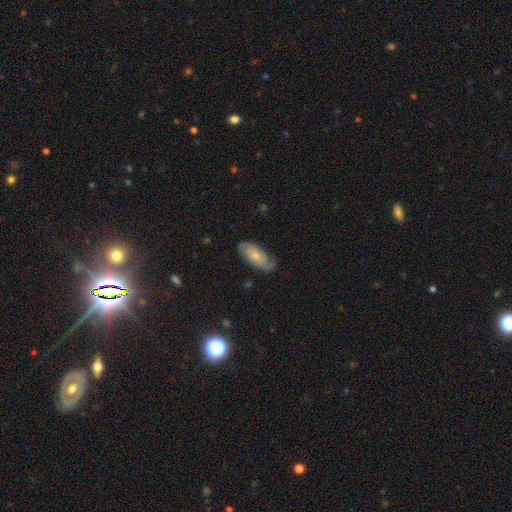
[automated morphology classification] This is possibly a featured or disk galaxy (54%). It is clearly not viewed edge-on (91%). Merging: likely none (76%).